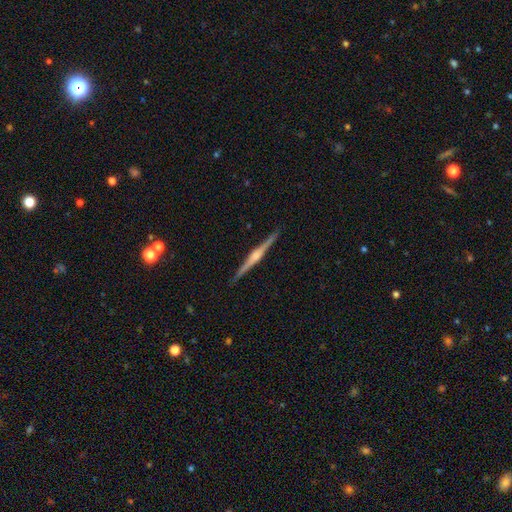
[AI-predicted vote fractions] Smooth or featured? Predicted: featured or disk (p=0.83). Edge-on disk? Predicted: yes (p=0.99). Edge-on bulge? Predicted: rounded (p=0.79). Merging? Predicted: none (p=0.92).